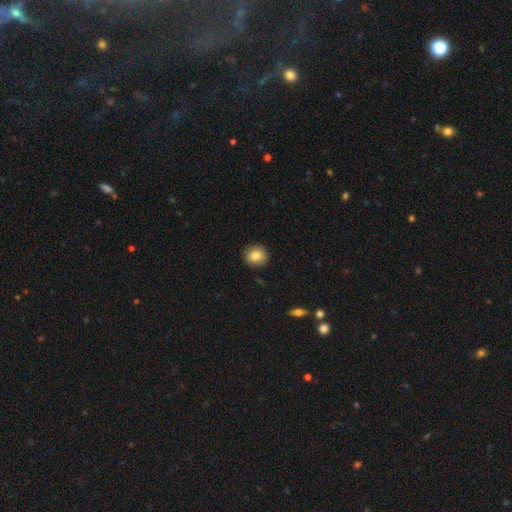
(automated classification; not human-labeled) smooth-or-featured: smooth: 82% | featured or disk: 9% | star or artifact: 9%
  how-rounded: round: 87% | in between: 12% | cigar-shaped: 1%
  merging: none: 89% | minor disturbance: 8% | major disturbance: 2% | merger: 1%